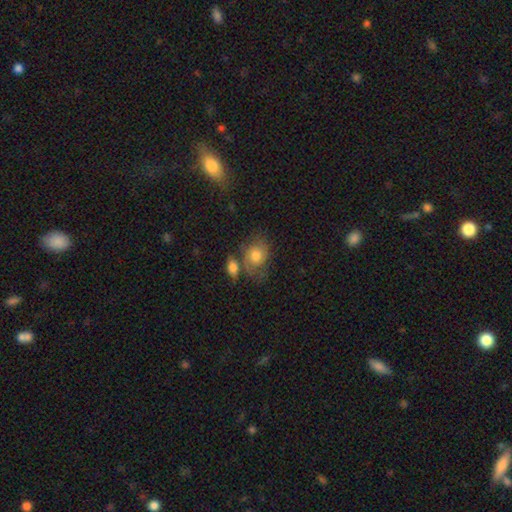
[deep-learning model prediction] The model was most divided on "how rounded": in between: 56%, round: 42%, cigar-shaped: 1%. Remaining: smooth or featured — smooth (60%); merging — none (44%).